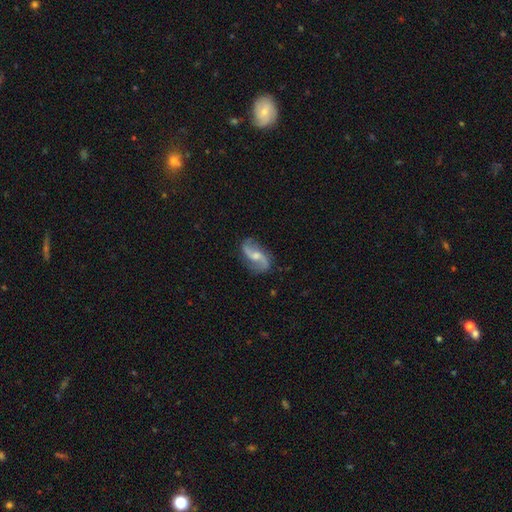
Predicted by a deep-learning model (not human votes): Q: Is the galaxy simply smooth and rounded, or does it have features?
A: featured or disk — 87%.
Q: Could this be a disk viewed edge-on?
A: no — 97%.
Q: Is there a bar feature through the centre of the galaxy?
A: weak — 45%.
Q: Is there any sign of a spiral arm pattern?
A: yes — 96%.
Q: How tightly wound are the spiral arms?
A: loose — 72%.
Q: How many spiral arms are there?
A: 2 — 93%.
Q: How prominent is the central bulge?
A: moderate — 51%.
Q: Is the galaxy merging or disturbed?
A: none — 79%.